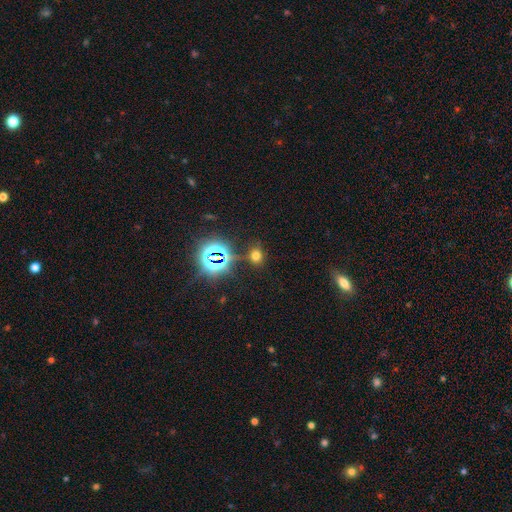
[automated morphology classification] smooth-or-featured: smooth: 59% | star or artifact: 34% | featured or disk: 8%
  how-rounded: round: 58% | in between: 40% | cigar-shaped: 2%
  merging: none: 79% | minor disturbance: 12% | merger: 5% | major disturbance: 4%